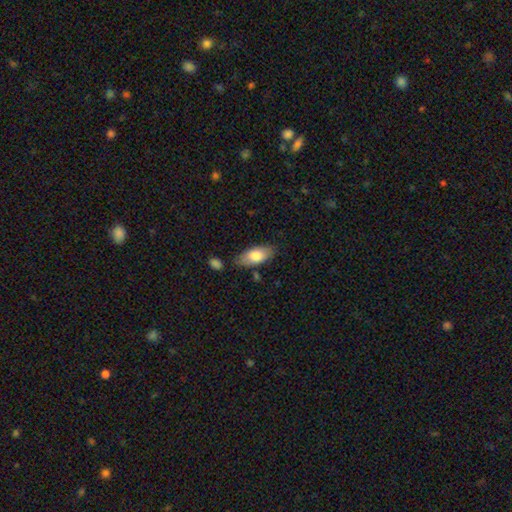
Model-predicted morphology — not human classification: smooth_or_featured: smooth (p=0.78) [alt: featured or disk p=0.16]
how_rounded: in between (p=0.88) [alt: cigar-shaped p=0.10]
merging: none (p=0.78) [alt: minor disturbance p=0.15]